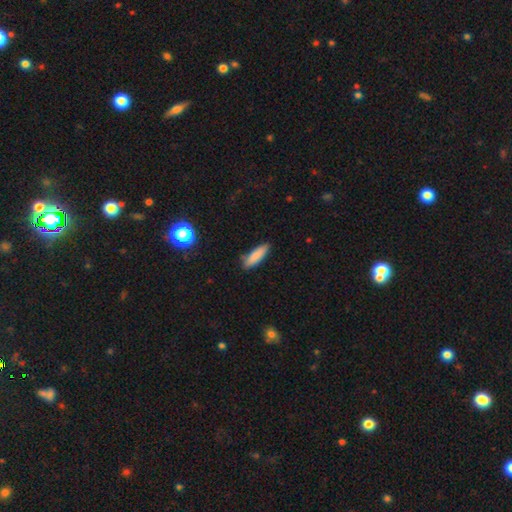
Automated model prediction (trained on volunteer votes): The model was most divided on "how rounded": cigar-shaped: 58%, in between: 40%, round: 2%. More confident: smooth or featured — smooth (83%); merging — none (82%).